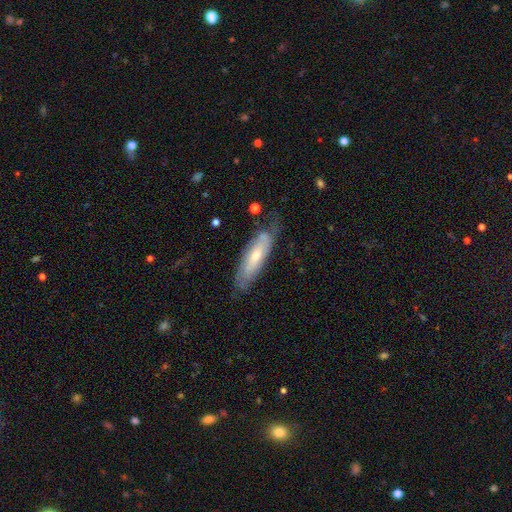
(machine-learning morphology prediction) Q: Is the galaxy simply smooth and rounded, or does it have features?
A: featured or disk — 52%.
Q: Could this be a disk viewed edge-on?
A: no — 65%.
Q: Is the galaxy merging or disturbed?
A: none — 63%.